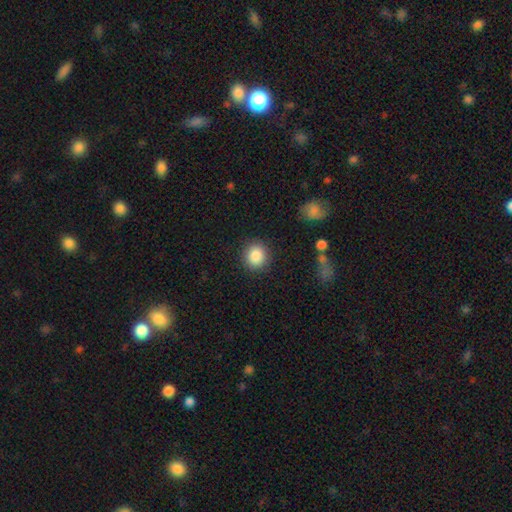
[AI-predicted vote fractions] A smooth galaxy with no disk features (86%) that is round (85%).

Vote fractions:
- Smooth or featured? smooth: 86% / star or artifact: 9% / featured or disk: 5%
- How rounded? round: 85% / in between: 14% / cigar-shaped: 1%
- Merging? none: 89% / minor disturbance: 7% / major disturbance: 2% / merger: 1%